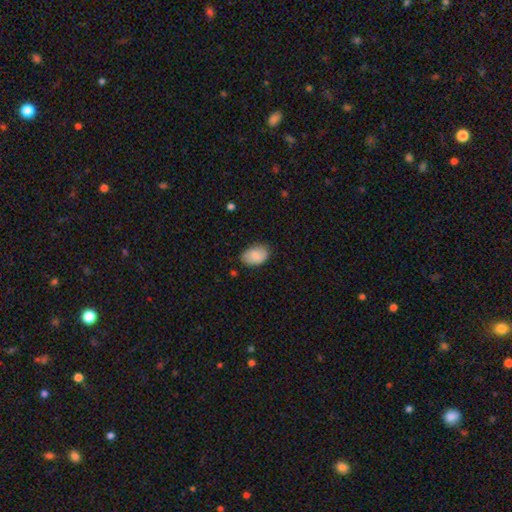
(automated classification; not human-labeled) A smooth galaxy with no disk features (83%) that is in between round and cigar-shaped (88%). Merging: none (79%).